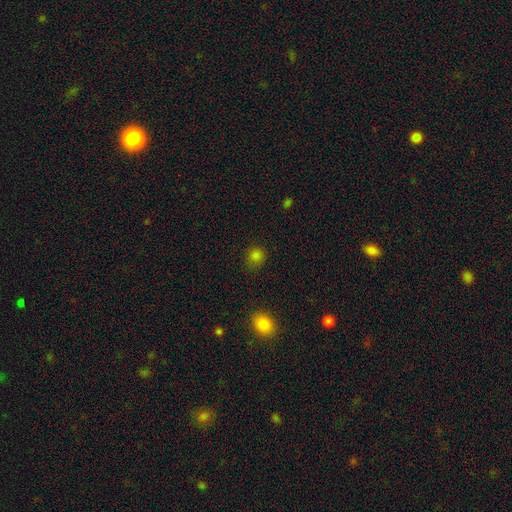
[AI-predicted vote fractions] Smooth or featured? smooth (80%)
How rounded? round (83%)
Merging? none (82%)